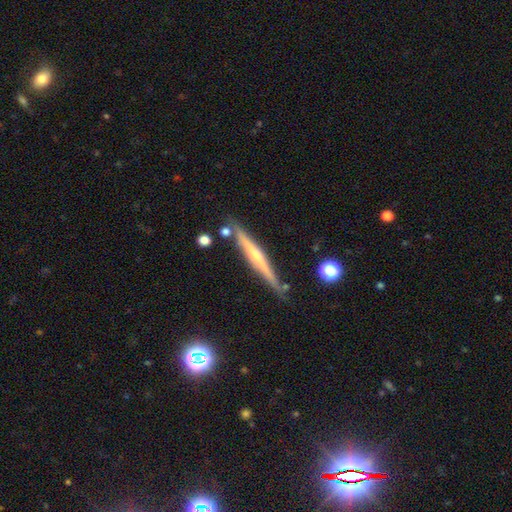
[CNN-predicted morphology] type=featured or disk (68%); edge-on=yes (97%); edge-on bulge=rounded (59%); merging=none (83%).